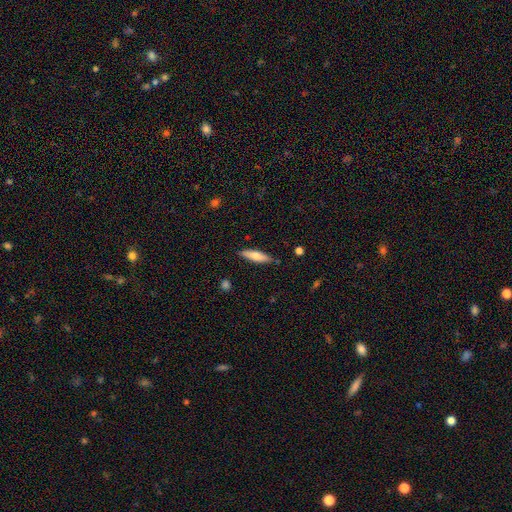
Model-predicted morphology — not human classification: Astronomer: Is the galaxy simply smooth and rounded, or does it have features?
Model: smooth — 67%.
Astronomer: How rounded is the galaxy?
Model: cigar-shaped — 61% (runner-up: in between, 37%).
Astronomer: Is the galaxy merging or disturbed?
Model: none — 85%.